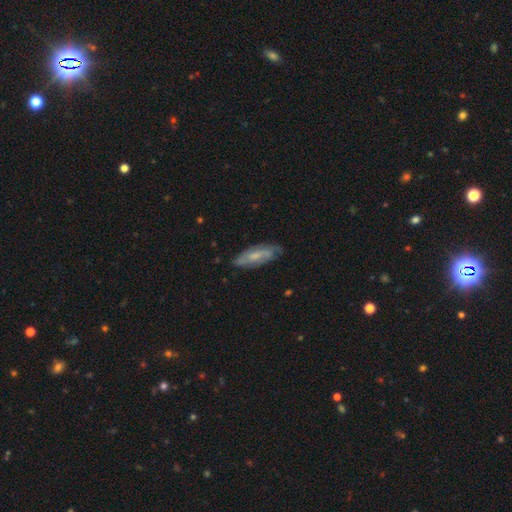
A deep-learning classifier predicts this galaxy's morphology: type=featured or disk (56%); edge-on=no (78%); merging=none (72%).